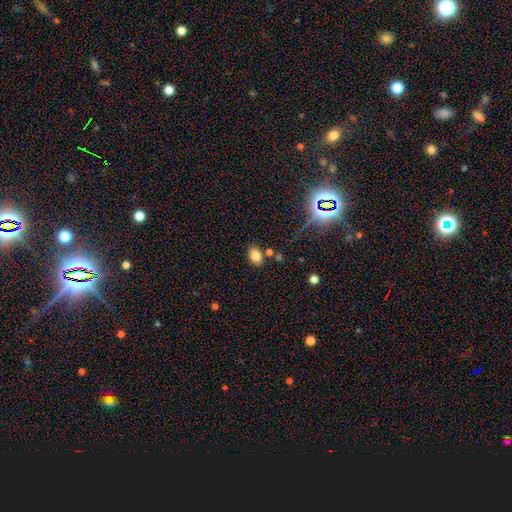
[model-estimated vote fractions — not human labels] Smooth or featured? smooth (79%)
How rounded? in between (79%)
Merging? none (75%)